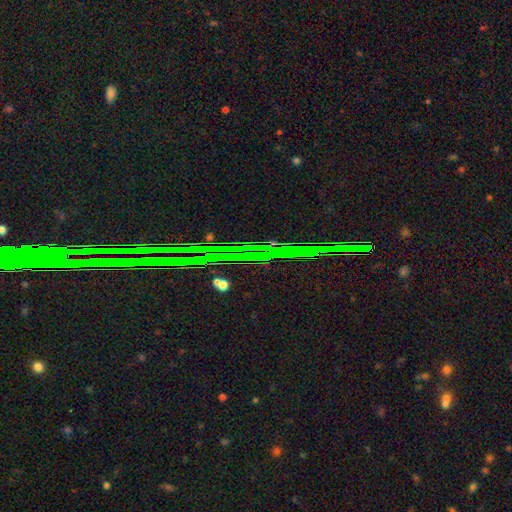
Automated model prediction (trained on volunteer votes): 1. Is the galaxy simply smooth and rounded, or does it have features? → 81% star or artifact, 10% featured or disk, 9% smooth.